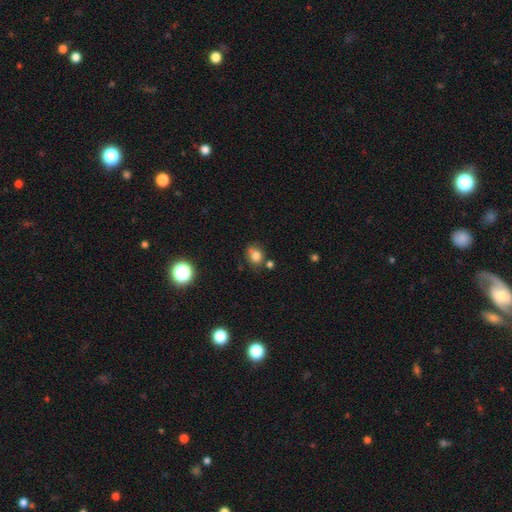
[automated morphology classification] This is likely a smooth galaxy (79%). How rounded: possibly round (52%). Merging: likely none (66%).